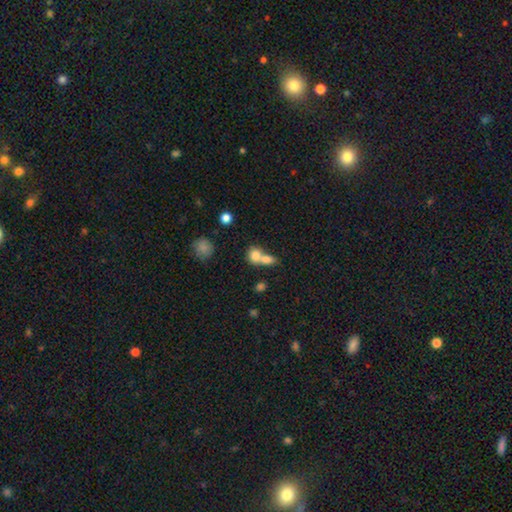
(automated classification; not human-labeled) Smooth or featured? smooth (77%)
How rounded? round (60%)
Merging? merger (67%)